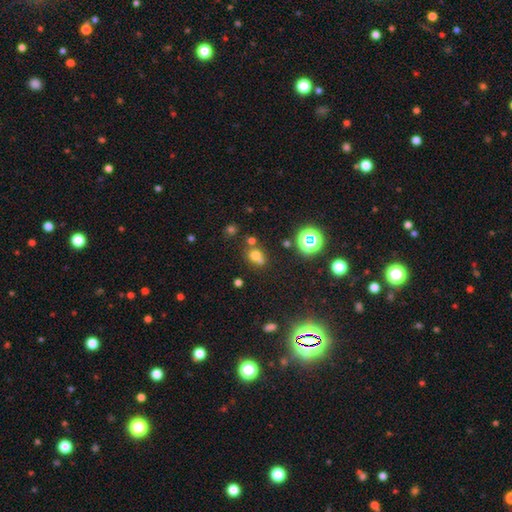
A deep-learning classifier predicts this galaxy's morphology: smooth_or_featured: smooth (p=0.63) [alt: star or artifact p=0.25]
how_rounded: round (p=0.76) [alt: in between p=0.23]
merging: none (p=0.49) [alt: merger p=0.37]